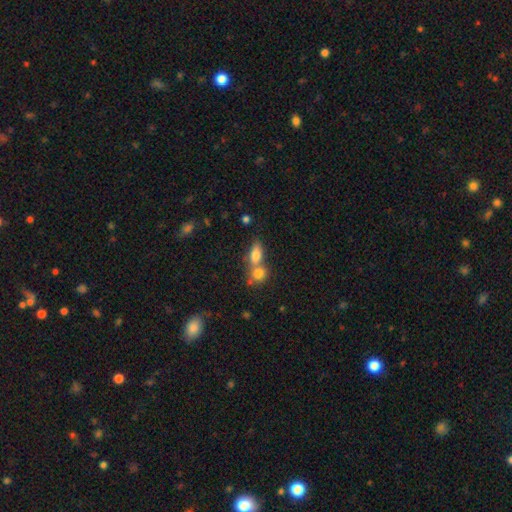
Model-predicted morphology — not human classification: smooth 78%, featured or disk 13%, star or artifact 9%. Down the decision tree: how rounded — in between (73%); merging — merger (56%).